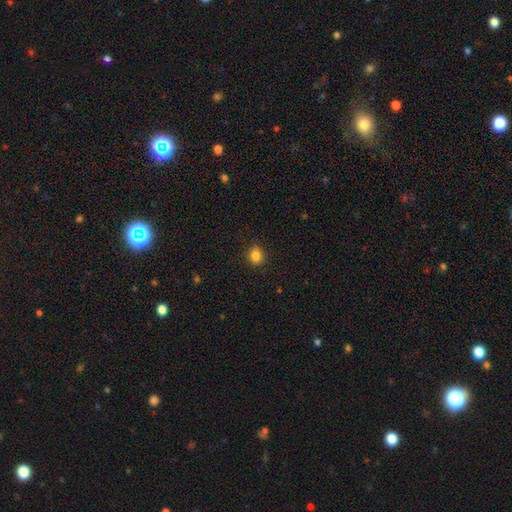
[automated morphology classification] smooth-or-featured: smooth: 84% | star or artifact: 12% | featured or disk: 5%
  how-rounded: round: 78% | in between: 21% | cigar-shaped: 1%
  merging: none: 89% | minor disturbance: 8% | major disturbance: 2% | merger: 1%